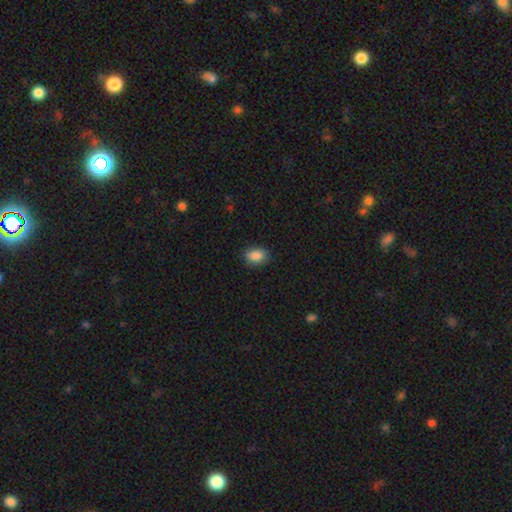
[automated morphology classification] Smooth or featured? smooth (88%)
How rounded? in between (80%)
Merging? none (86%)